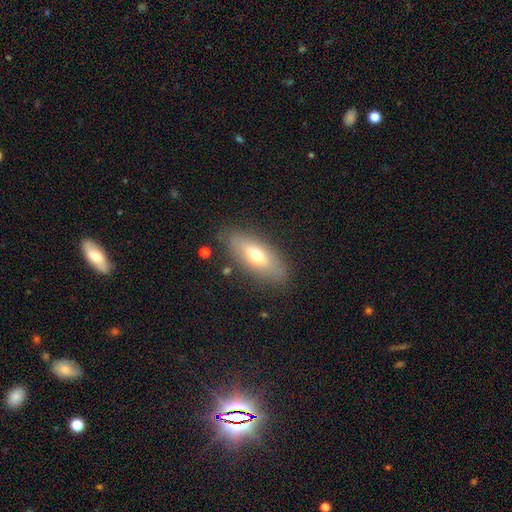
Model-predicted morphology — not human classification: Smooth or featured? smooth (62%)
How rounded? in between (74%)
Merging? none (83%)